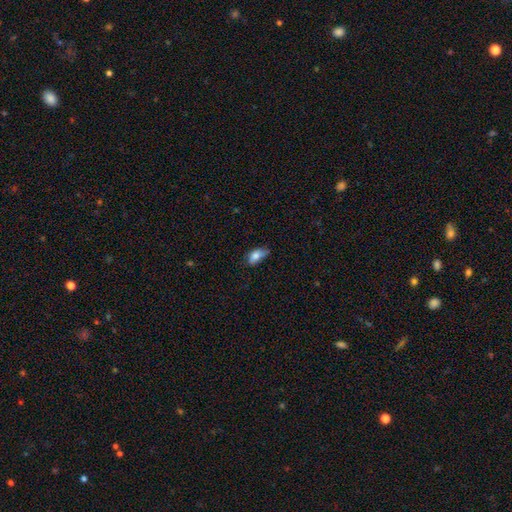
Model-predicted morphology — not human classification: This appears to be a smooth galaxy with no disk features (80%) that is in between round and cigar-shaped (89%). Merging: none (45%).